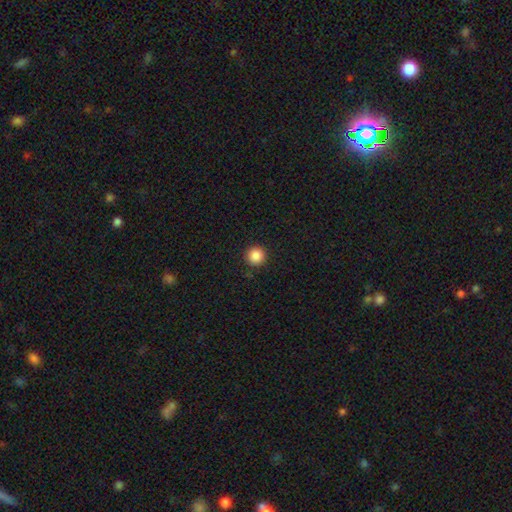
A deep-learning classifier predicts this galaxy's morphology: Overall: smooth (87%). How rounded: round (96%). Merging: none (92%).